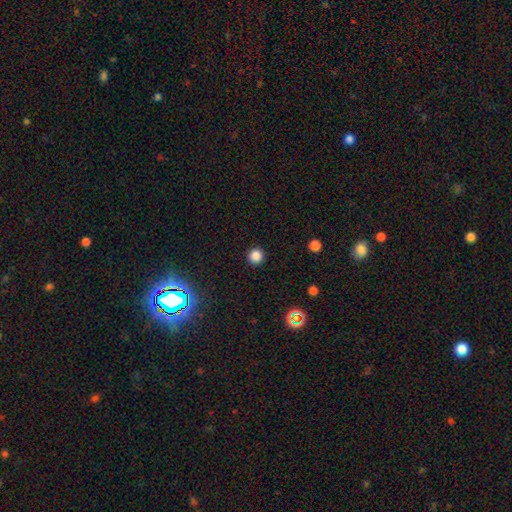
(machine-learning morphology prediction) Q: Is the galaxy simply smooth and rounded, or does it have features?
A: smooth — 83%.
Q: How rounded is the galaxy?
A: round — 95%.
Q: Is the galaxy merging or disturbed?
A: none — 93%.